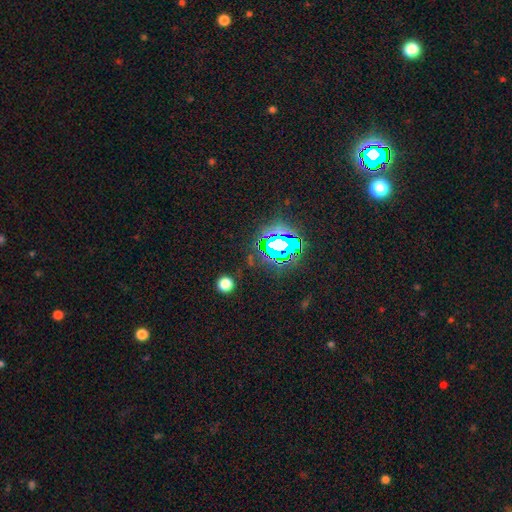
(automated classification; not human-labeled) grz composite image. It shows a star or artifact, not a galaxy (79%).